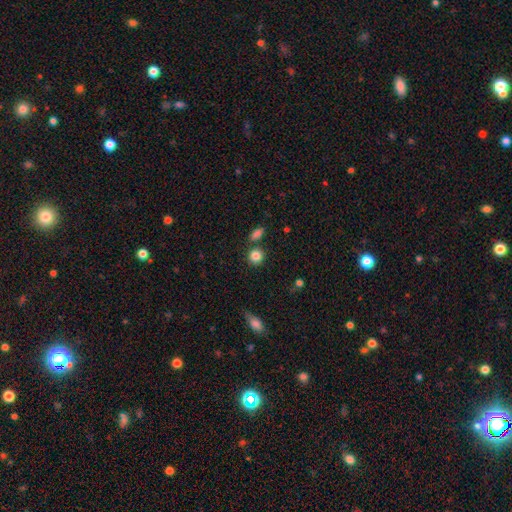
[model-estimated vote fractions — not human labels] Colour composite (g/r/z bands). It shows a smooth galaxy with no disk features (84%) that is round (84%). Merging: none (77%).